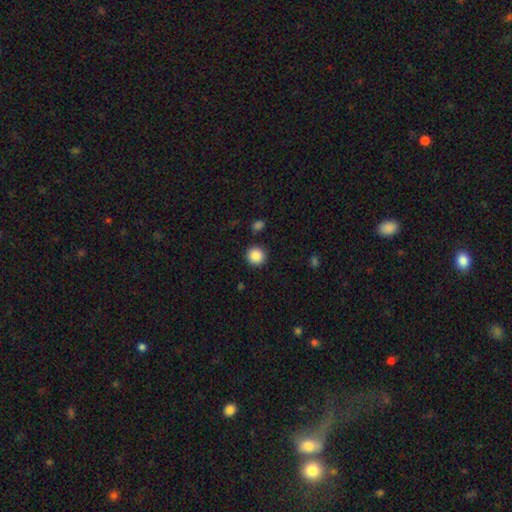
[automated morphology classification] smooth-or-featured: smooth: 88% | star or artifact: 9% | featured or disk: 3%
  how-rounded: round: 94% | in between: 5% | cigar-shaped: 1%
  merging: none: 90% | minor disturbance: 6% | major disturbance: 2% | merger: 2%